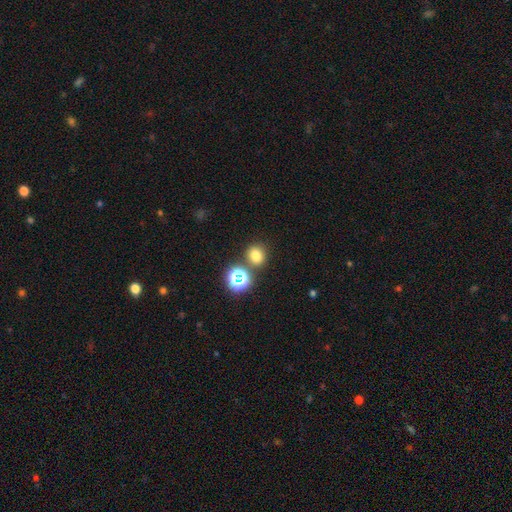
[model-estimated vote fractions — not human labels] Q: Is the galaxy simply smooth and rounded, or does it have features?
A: smooth — 74%.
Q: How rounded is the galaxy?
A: round — 74%.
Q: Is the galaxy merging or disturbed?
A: none — 76%.